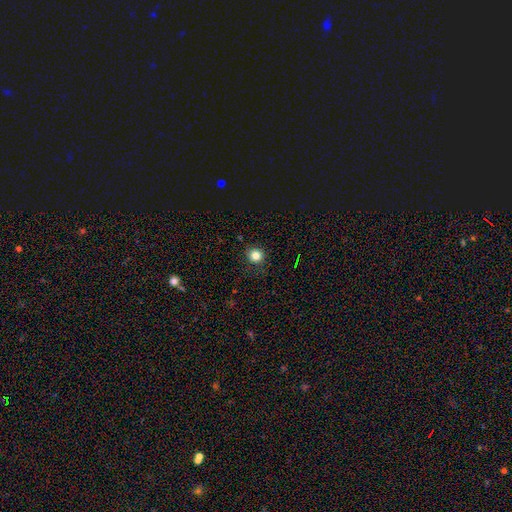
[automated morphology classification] type=smooth (82%); roundness=round (92%); merging=none (89%).